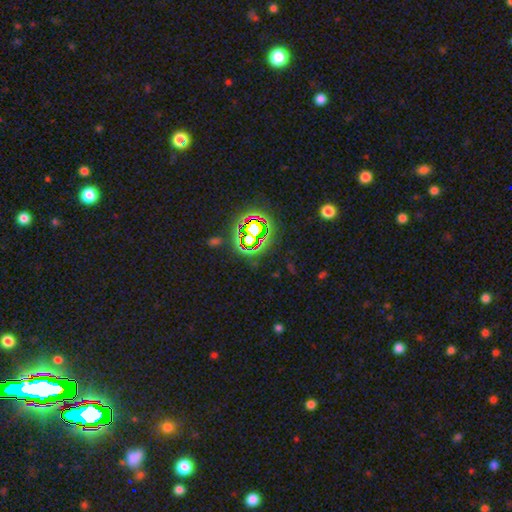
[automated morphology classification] smooth-or-featured: star or artifact: 78% | smooth: 13% | featured or disk: 8%